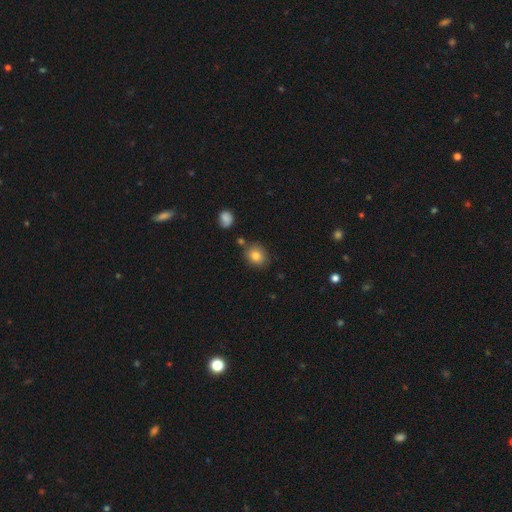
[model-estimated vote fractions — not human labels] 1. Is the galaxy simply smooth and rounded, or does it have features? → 81% smooth, 10% star or artifact, 9% featured or disk.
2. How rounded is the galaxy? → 66% round, 33% in between, 1% cigar-shaped.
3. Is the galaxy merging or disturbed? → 80% none, 12% minor disturbance, 6% merger, 3% major disturbance.